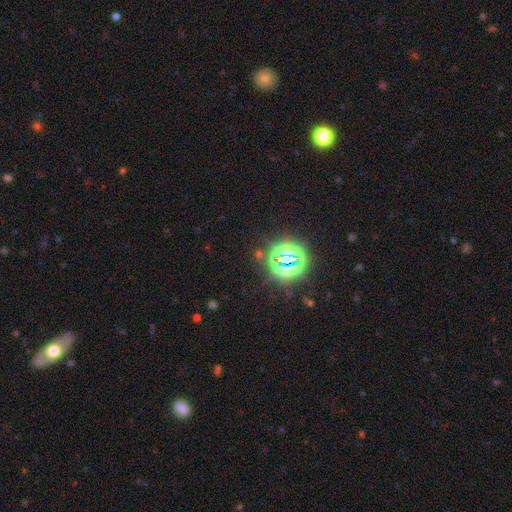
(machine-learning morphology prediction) Smooth or featured? star or artifact (78%)